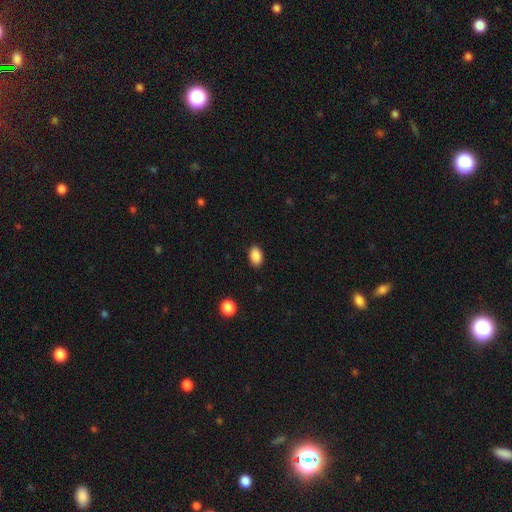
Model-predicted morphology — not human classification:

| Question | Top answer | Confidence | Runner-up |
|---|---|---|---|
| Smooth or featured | smooth | 88% | star or artifact (8%) |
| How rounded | in between | 89% | round (10%) |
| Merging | none | 88% | minor disturbance (8%) |